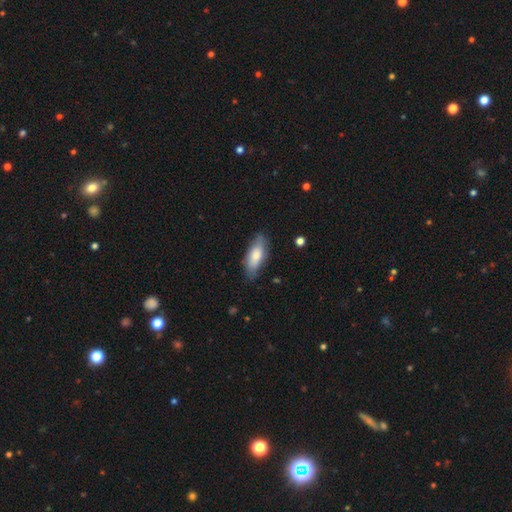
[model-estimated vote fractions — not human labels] smooth-or-featured: smooth: 75% | featured or disk: 19% | star or artifact: 5%
  how-rounded: in between: 74% | cigar-shaped: 24% | round: 2%
  merging: none: 76% | minor disturbance: 19% | major disturbance: 4% | merger: 1%